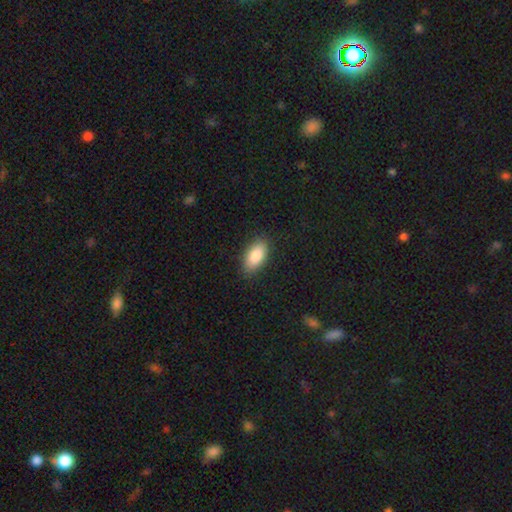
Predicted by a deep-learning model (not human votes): Smooth or featured?
  - smooth: 86% *
  - featured or disk: 7%
  - star or artifact: 7%
How rounded?
  - in between: 92% *
  - cigar-shaped: 5%
  - round: 3%
Merging?
  - none: 87% *
  - minor disturbance: 10%
  - major disturbance: 2%
  - merger: 1%